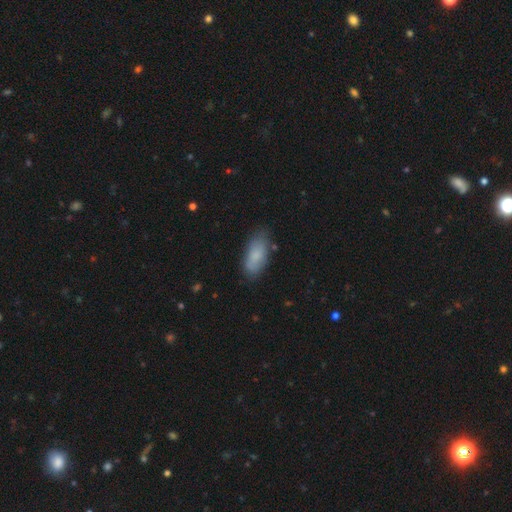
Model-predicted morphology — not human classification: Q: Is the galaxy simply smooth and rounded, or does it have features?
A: smooth — 81%.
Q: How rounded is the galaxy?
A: in between — 84%.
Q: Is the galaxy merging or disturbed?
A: none — 72%.